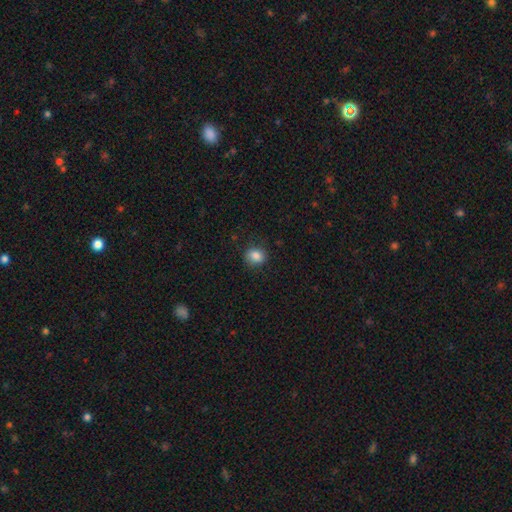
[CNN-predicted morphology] smooth-or-featured: smooth: 85% | star or artifact: 10% | featured or disk: 5%
  how-rounded: round: 67% | in between: 32% | cigar-shaped: 1%
  merging: none: 82% | minor disturbance: 13% | major disturbance: 4% | merger: 1%